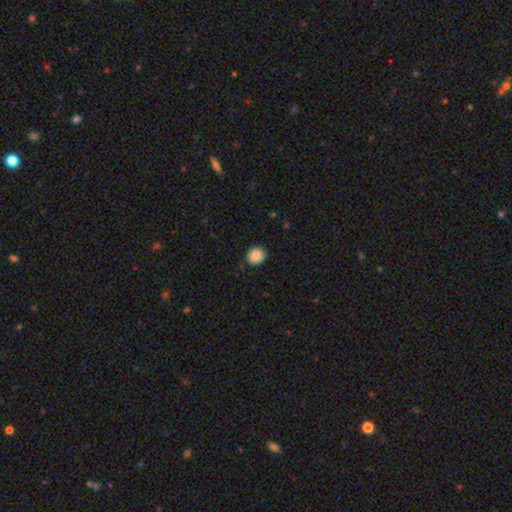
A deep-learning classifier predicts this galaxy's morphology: Overall: smooth (89%). How rounded: round (85%). Merging: none (89%).